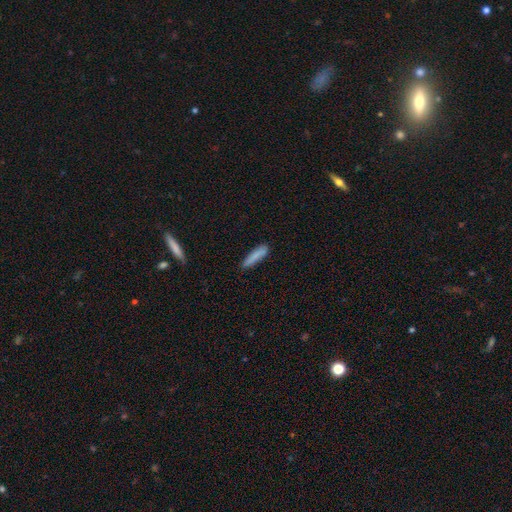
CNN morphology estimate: smooth_or_featured: smooth (p=0.83) [alt: featured or disk p=0.10]
how_rounded: cigar-shaped (p=0.83) [alt: in between p=0.16]
merging: none (p=0.79) [alt: minor disturbance p=0.16]